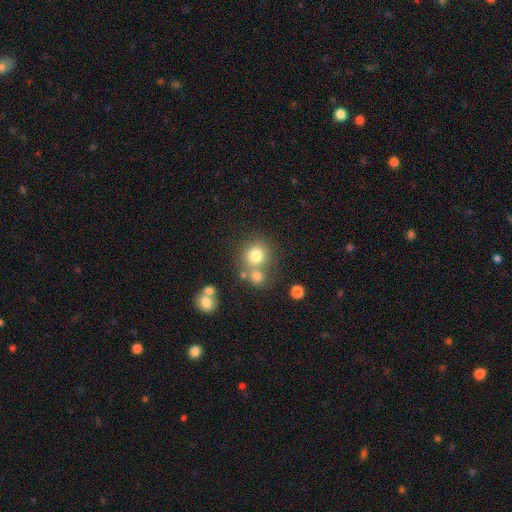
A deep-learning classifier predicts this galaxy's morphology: The model was most divided on "merging": none: 62%, merger: 25%, minor disturbance: 9%, major disturbance: 4%. More confident: how rounded — round (88%); smooth or featured — smooth (77%).